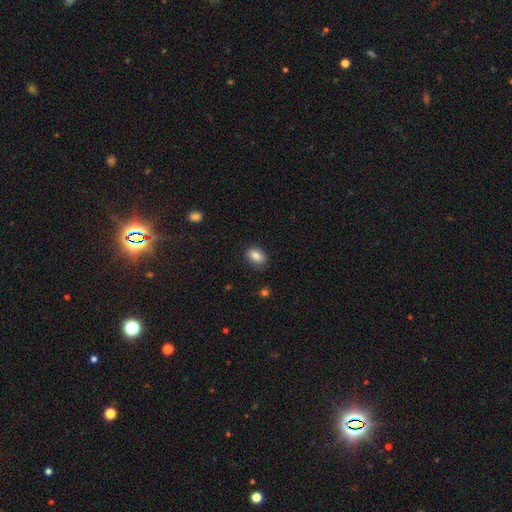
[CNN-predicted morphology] Smooth or featured?
  - smooth: 85% *
  - star or artifact: 8%
  - featured or disk: 7%
How rounded?
  - in between: 79% *
  - round: 20%
  - cigar-shaped: 1%
Merging?
  - none: 83% *
  - minor disturbance: 13%
  - major disturbance: 3%
  - merger: 1%